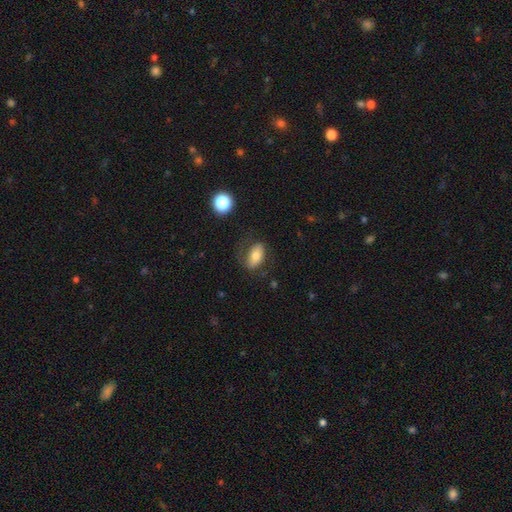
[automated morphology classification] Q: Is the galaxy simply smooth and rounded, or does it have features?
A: smooth — 65%.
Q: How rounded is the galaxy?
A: in between — 89%.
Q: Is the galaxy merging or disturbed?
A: none — 65%.